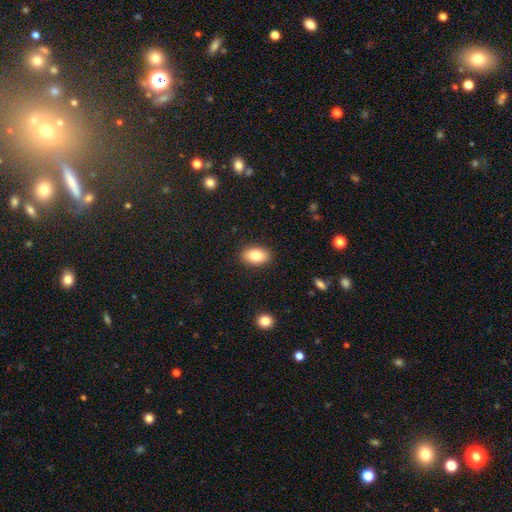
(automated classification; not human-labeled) This appears to be a smooth galaxy with no disk features (85%) that is in between round and cigar-shaped (91%). Merging: none (88%).